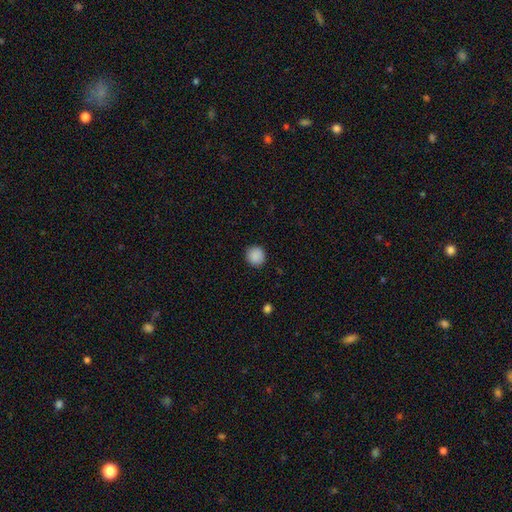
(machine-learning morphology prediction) A smooth galaxy with no disk features (90%) that is round (94%).

Vote fractions:
- Smooth or featured? smooth: 90% / star or artifact: 8% / featured or disk: 2%
- How rounded? round: 94% / in between: 5% / cigar-shaped: 1%
- Merging? none: 92% / minor disturbance: 5% / major disturbance: 2% / merger: 1%